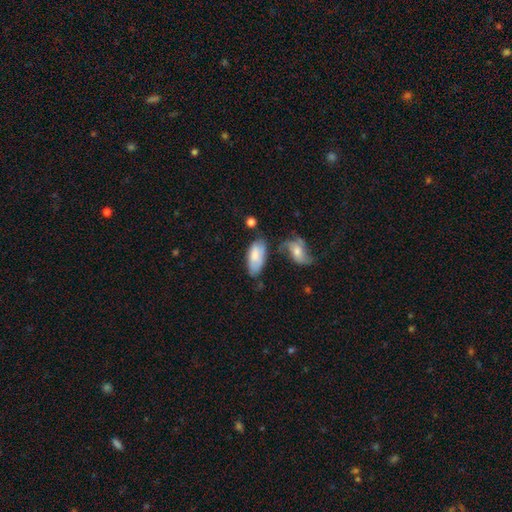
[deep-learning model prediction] A smooth galaxy with no disk features (72%) that is in between round and cigar-shaped (88%). Merging: none (46%).